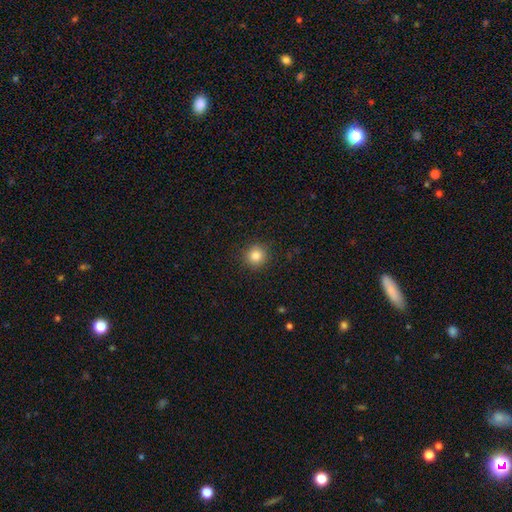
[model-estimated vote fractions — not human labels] Morphology: type=smooth (83%); roundness=round (93%); merging=none (91%).